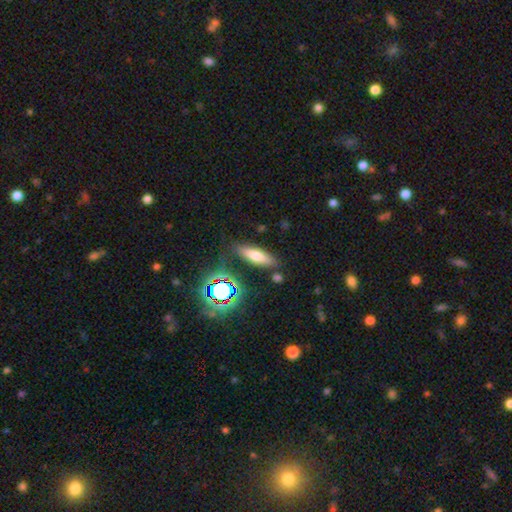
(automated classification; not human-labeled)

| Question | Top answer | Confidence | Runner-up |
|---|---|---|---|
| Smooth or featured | smooth | 63% | featured or disk (22%) |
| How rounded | in between | 49% | cigar-shaped (47%) |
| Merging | none | 81% | minor disturbance (12%) |